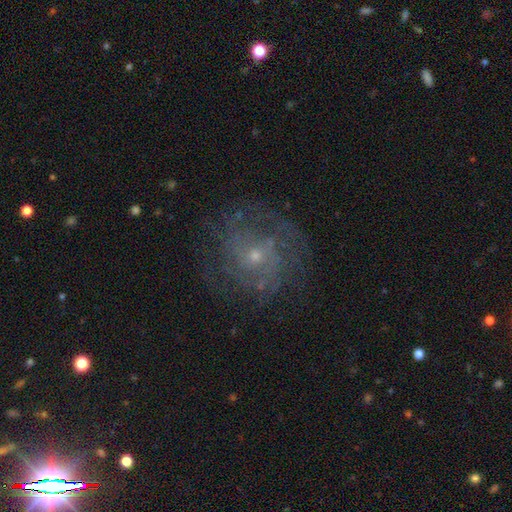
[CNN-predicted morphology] smooth-or-featured: featured or disk: 76% | smooth: 14% | star or artifact: 11%
  disk-edge-on: no: 97% | yes: 3%
    bar: no: 78% | weak: 19% | strong: 3%
    has-spiral-arms: yes: 84% | no: 16%
      spiral-winding: tight: 50% | medium: 38% | loose: 13%
      spiral-arm-count: can't tell: 40% | 2: 23% | 3: 16% | 4: 9% | more than 4: 6% | 1: 6%
    bulge-size: small: 68% | moderate: 28% | none: 2% | large: 1% | dominant: 1%
  merging: none: 71% | minor disturbance: 16% | major disturbance: 12% | merger: 1%